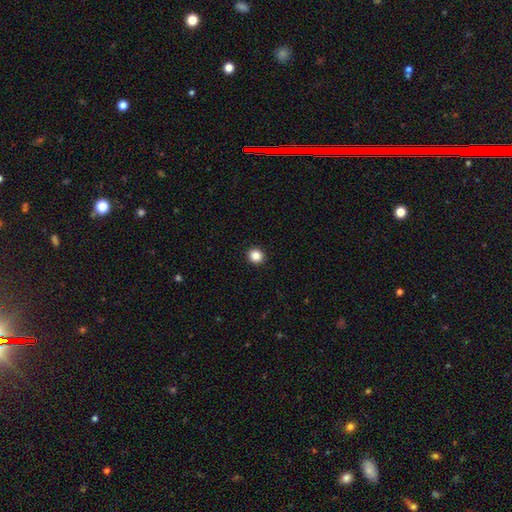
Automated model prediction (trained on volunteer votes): smooth-or-featured: smooth: 86% | star or artifact: 11% | featured or disk: 4%
  how-rounded: round: 90% | in between: 9% | cigar-shaped: 1%
  merging: none: 94% | minor disturbance: 4% | major disturbance: 1% | merger: 1%